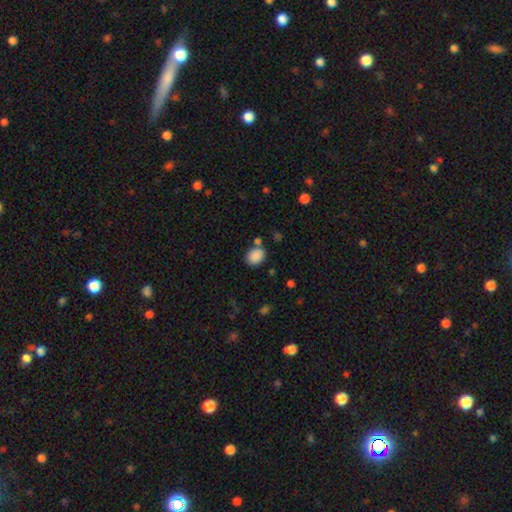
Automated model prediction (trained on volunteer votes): Q: Smooth or featured?
A: smooth (88%); runner-up: star or artifact (9%)
Q: How rounded?
A: in between (50%); runner-up: round (49%)
Q: Merging?
A: none (71%); runner-up: minor disturbance (13%)